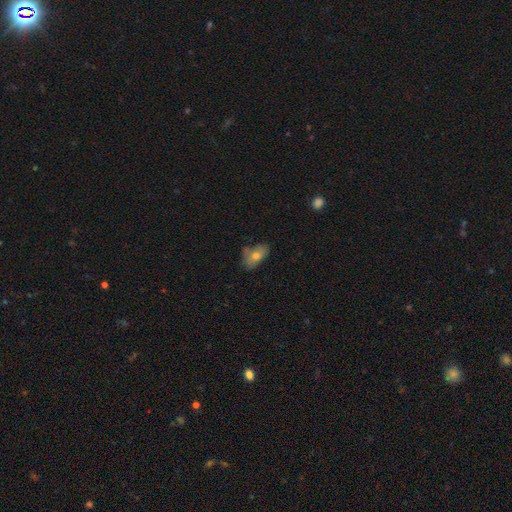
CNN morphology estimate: A smooth galaxy with no disk features (69%) that is in between round and cigar-shaped (89%). Merging: none (58%).